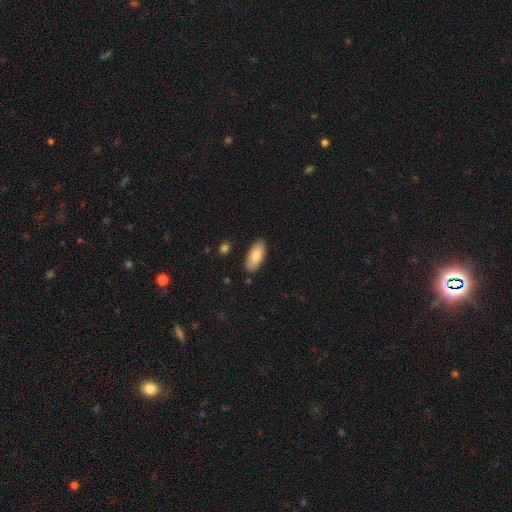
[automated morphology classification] Q: Smooth or featured?
A: smooth (80%); runner-up: featured or disk (14%)
Q: How rounded?
A: in between (86%); runner-up: cigar-shaped (12%)
Q: Merging?
A: none (87%); runner-up: minor disturbance (10%)